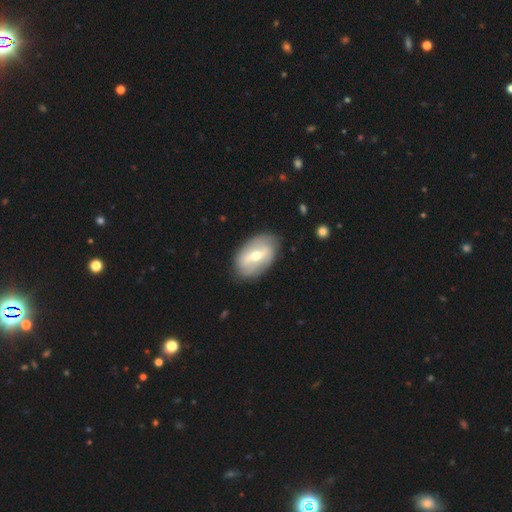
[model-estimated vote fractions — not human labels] A featured or disk galaxy (64%) with a strong bar (53%), no spiral arms (56%) and a moderate central bulge (71%).

Vote fractions:
- Smooth or featured? featured or disk: 64% / smooth: 30% / star or artifact: 6%
- Edge-on disk? no: 89% / yes: 11%
- Bar? strong: 53% / weak: 35% / no: 13%
- Spiral arms? no: 56% / yes: 44%
- Bulge size? moderate: 71% / small: 21% / large: 6% / dominant: 1% / none: 1%
- Merging? none: 82% / minor disturbance: 13% / major disturbance: 4% / merger: 1%